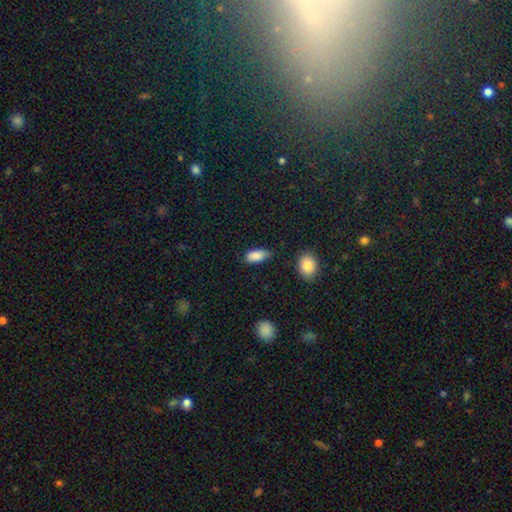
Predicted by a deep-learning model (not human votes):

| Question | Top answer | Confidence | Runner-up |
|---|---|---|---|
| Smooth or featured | smooth | 87% | star or artifact (8%) |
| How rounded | in between | 90% | cigar-shaped (7%) |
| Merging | none | 65% | minor disturbance (27%) |